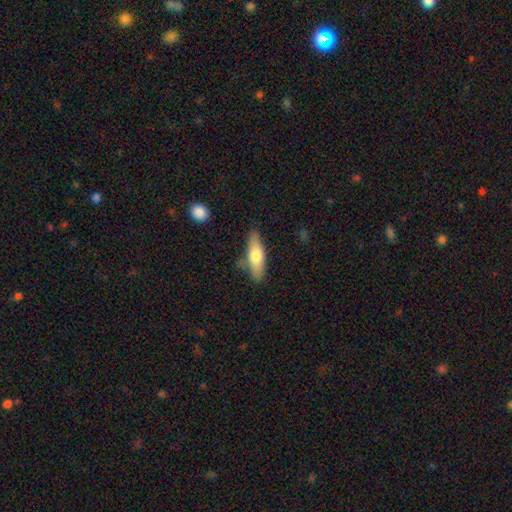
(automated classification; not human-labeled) This appears to be a smooth galaxy with no disk features (65%) that is cigar-shaped (53%). Merging: none (79%).